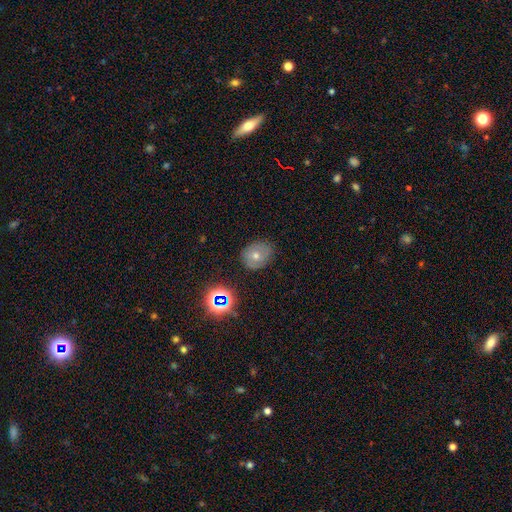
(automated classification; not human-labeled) The model was most divided on "smooth or featured": smooth: 47%, featured or disk: 30%, star or artifact: 23%. More confident: merging — none (80%).